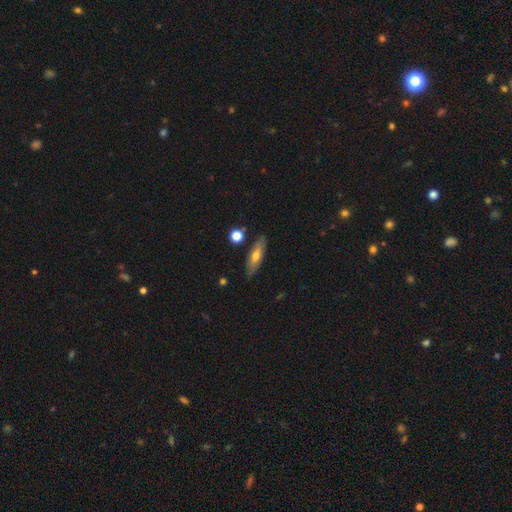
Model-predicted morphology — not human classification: Smooth or featured? Predicted: smooth (p=0.54). How rounded? Predicted: cigar-shaped (p=0.49). Merging? Predicted: none (p=0.83).